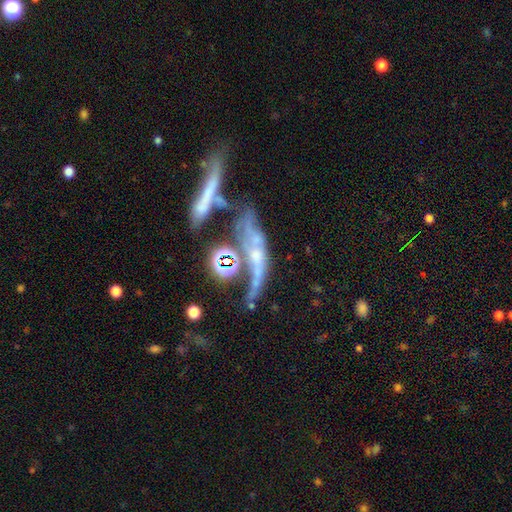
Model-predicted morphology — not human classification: A featured or disk galaxy (57%).

Vote fractions:
- Smooth or featured? featured or disk: 57% / smooth: 23% / star or artifact: 20%
- Edge-on disk? no: 59% / yes: 41%
- Merging? merger: 41% / major disturbance: 24% / none: 22% / minor disturbance: 13%